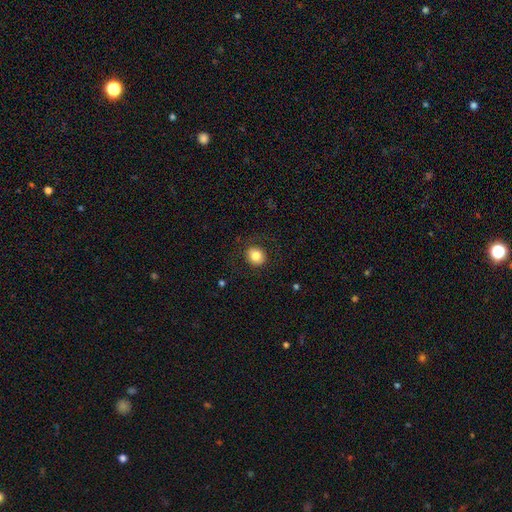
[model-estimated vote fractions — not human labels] smooth_or_featured: smooth (p=0.82) [alt: star or artifact p=0.09]
how_rounded: round (p=0.81) [alt: in between p=0.18]
merging: none (p=0.86) [alt: minor disturbance p=0.09]